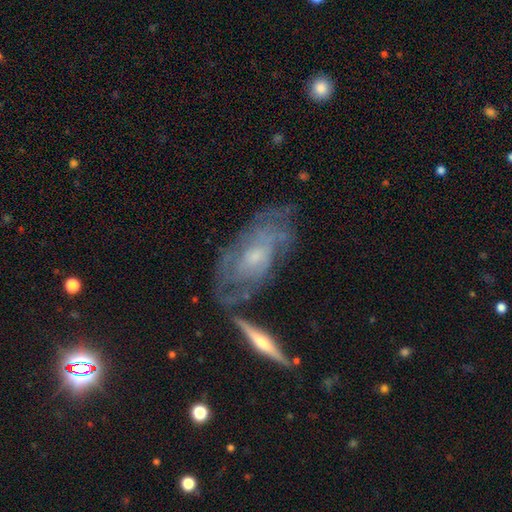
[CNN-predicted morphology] Smooth or featured? Predicted: featured or disk (p=0.74). Edge-on disk? Predicted: no (p=0.84). Bar? Predicted: no (p=0.72). Spiral arms? Predicted: yes (p=0.77). Bulge size? Predicted: small (p=0.62). Merging? Predicted: none (p=0.58).